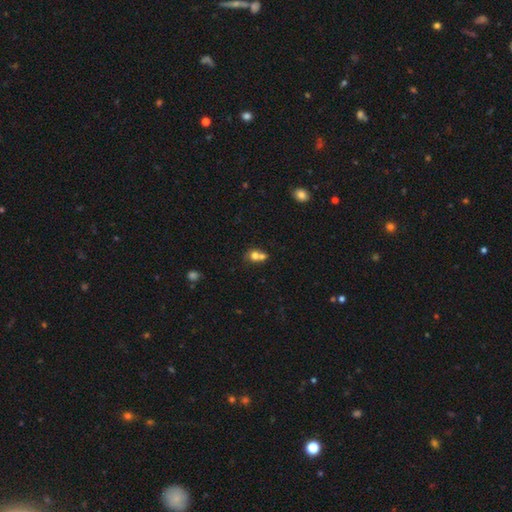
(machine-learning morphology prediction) Overall: smooth (71%). How rounded: round (65%; in between 34%). Merging: merger (61%; none 27%).